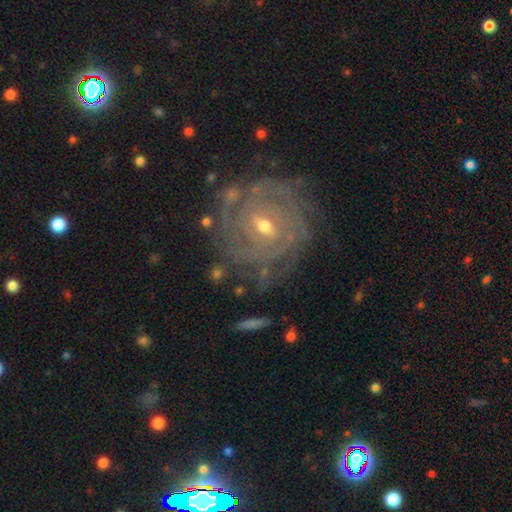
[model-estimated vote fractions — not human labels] Smooth or featured?
  - featured or disk: 82% *
  - star or artifact: 9%
  - smooth: 9%
Edge-on disk?
  - no: 97% *
  - yes: 3%
Bar?
  - weak: 50% *
  - no: 35%
  - strong: 15%
Spiral arms?
  - yes: 93% *
  - no: 7%
Spiral winding?
  - tight: 78% *
  - medium: 18%
  - loose: 4%
Spiral arm count?
  - can't tell: 42% *
  - 2: 16%
  - 3: 15%
  - 4: 13%
  - more than 4: 8%
  - 1: 6%
Bulge size?
  - small: 56% *
  - moderate: 41%
  - large: 1%
  - none: 1%
  - dominant: 1%
Merging?
  - none: 78% *
  - minor disturbance: 14%
  - major disturbance: 6%
  - merger: 2%